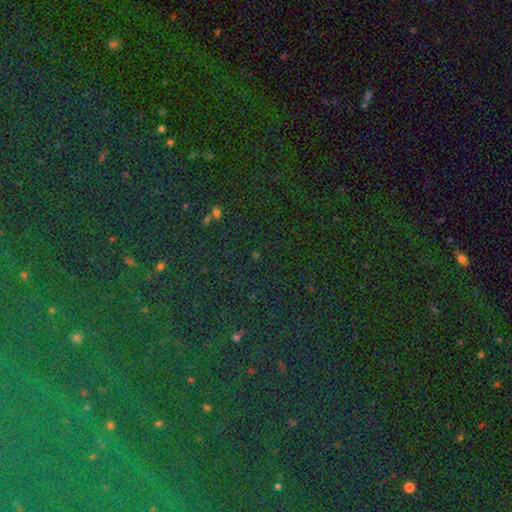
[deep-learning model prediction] Smooth or featured? Predicted: star or artifact (p=0.83).